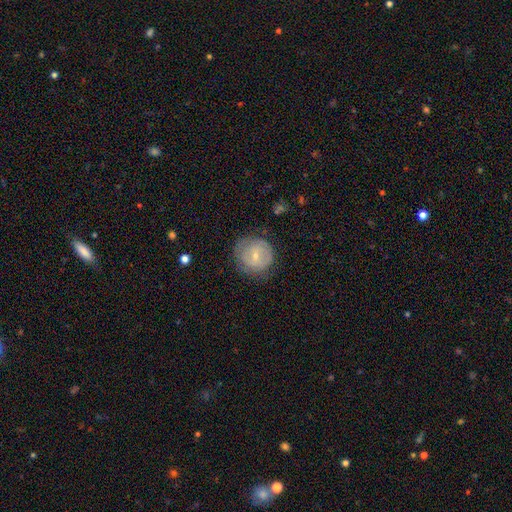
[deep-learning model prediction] Morphology: type=featured or disk (47%); merging=none (69%).